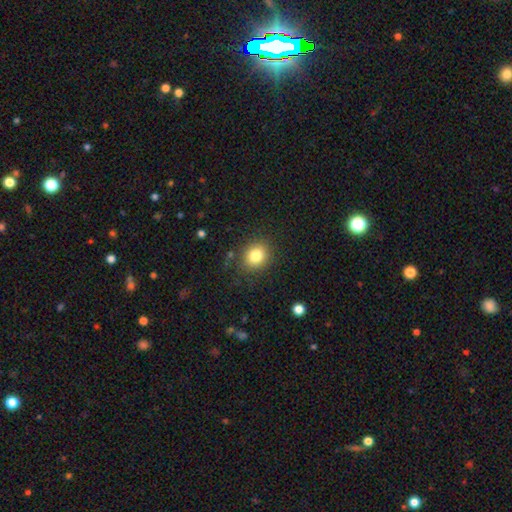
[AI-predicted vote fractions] A smooth galaxy with no disk features (81%) that is round (71%).

Vote fractions:
- Smooth or featured? smooth: 81% / star or artifact: 11% / featured or disk: 7%
- How rounded? round: 71% / in between: 28% / cigar-shaped: 1%
- Merging? none: 85% / minor disturbance: 10% / major disturbance: 3% / merger: 2%